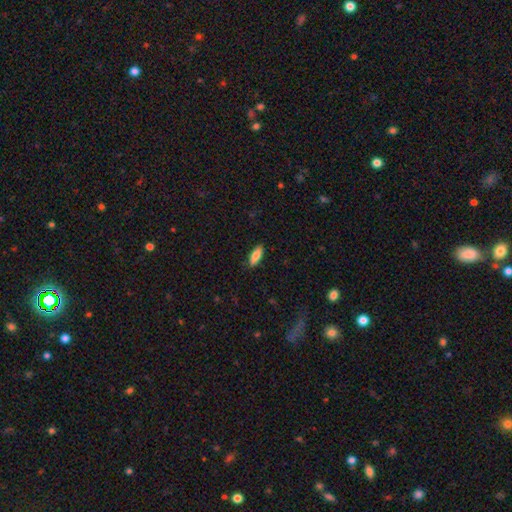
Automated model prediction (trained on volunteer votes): smooth_or_featured: smooth (p=0.81) [alt: featured or disk p=0.13]
how_rounded: in between (p=0.70) [alt: cigar-shaped p=0.28]
merging: none (p=0.88) [alt: minor disturbance p=0.09]